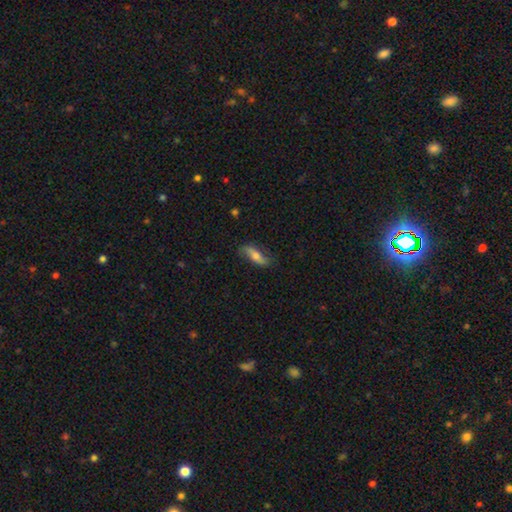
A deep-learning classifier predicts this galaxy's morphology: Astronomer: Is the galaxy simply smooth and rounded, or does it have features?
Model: smooth — 53% (runner-up: featured or disk, 40%).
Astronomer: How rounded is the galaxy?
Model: in between — 56% (runner-up: cigar-shaped, 41%).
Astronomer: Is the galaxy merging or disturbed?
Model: none — 76%.